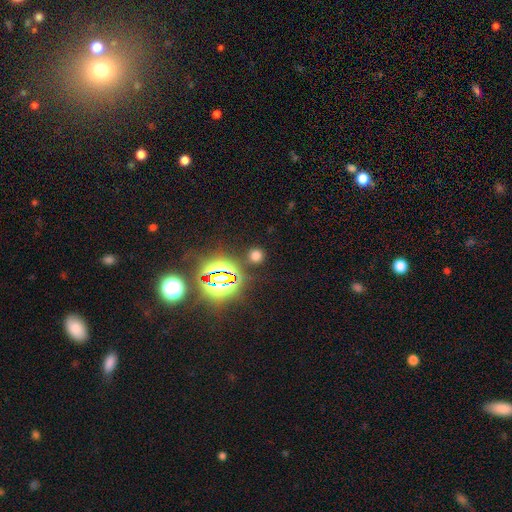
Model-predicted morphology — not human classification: Overall: smooth (58%; star or artifact 36%). How rounded: round (89%). Merging: none (85%).